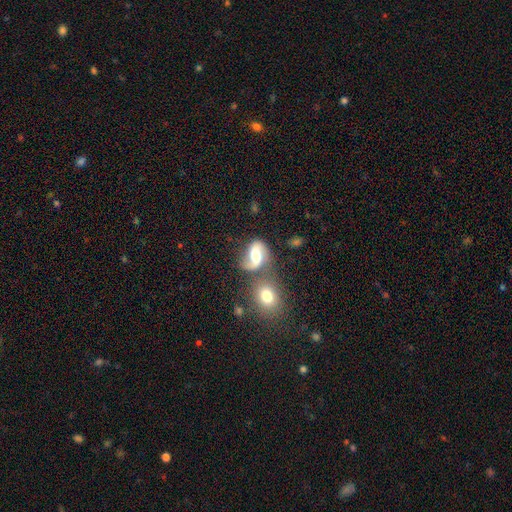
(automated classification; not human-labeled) This appears to be a featured or disk galaxy (74%) with a weak bar (42%), 2 (88%) loose (54%) spiral arms (93%) and a moderate central bulge (57%). Merging: none (49%).